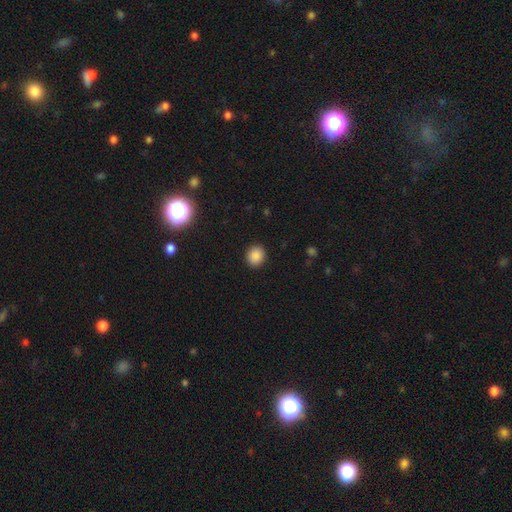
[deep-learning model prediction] smooth_or_featured: smooth (p=0.86) [alt: star or artifact p=0.10]
how_rounded: round (p=0.74) [alt: in between p=0.25]
merging: none (p=0.90) [alt: minor disturbance p=0.06]